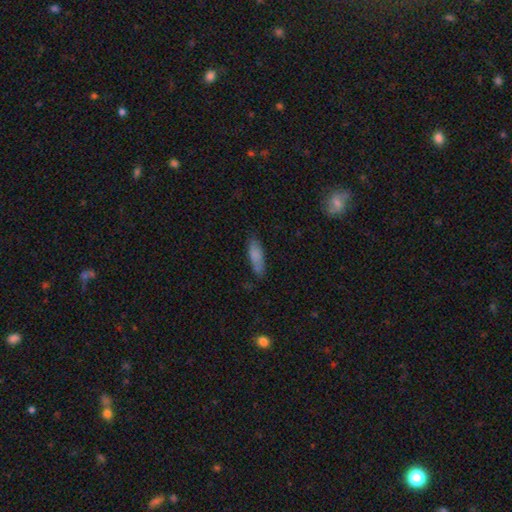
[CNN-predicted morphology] Overall: smooth (82%). How rounded: in between (52%; cigar-shaped 46%). Merging: none (74%).